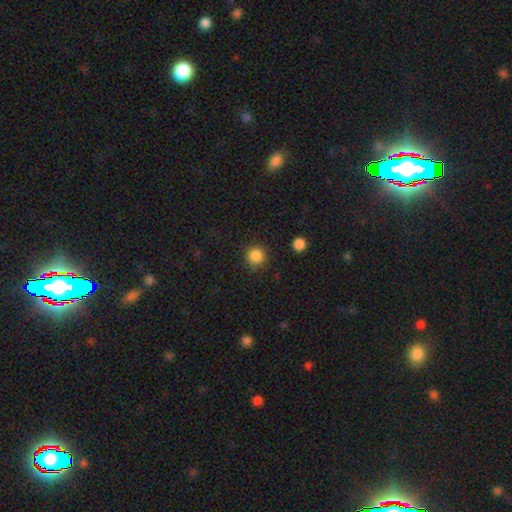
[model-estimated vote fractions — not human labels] Overall: smooth (86%). How rounded: round (94%). Merging: none (88%).